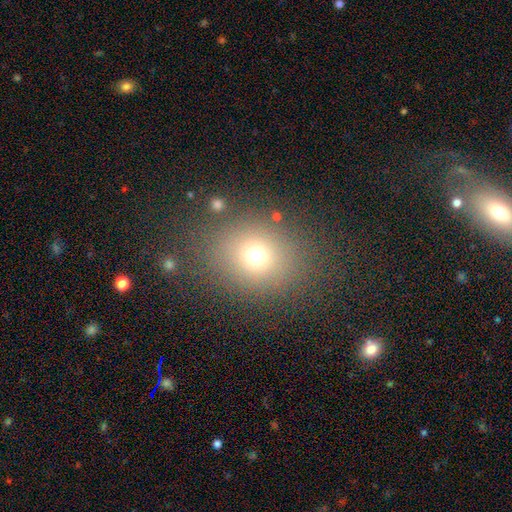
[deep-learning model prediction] Smooth or featured? smooth (70%)
How rounded? round (66%)
Merging? none (81%)